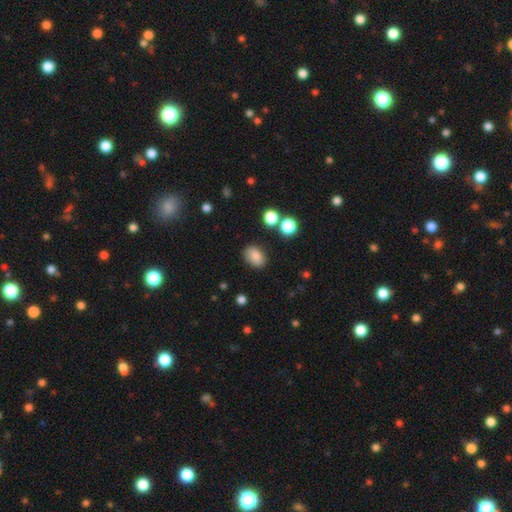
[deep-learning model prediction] Smooth or featured? smooth (82%)
How rounded? in between (76%)
Merging? none (83%)